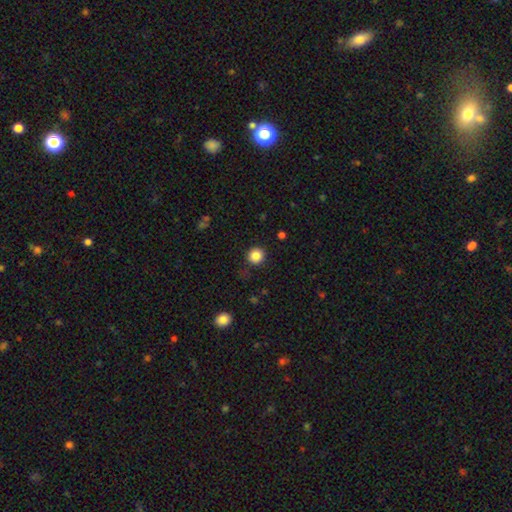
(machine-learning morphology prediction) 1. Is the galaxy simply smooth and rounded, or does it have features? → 85% smooth, 11% star or artifact, 4% featured or disk.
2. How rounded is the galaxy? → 91% round, 8% in between, 1% cigar-shaped.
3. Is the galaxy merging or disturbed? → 87% none, 9% minor disturbance, 3% major disturbance, 1% merger.